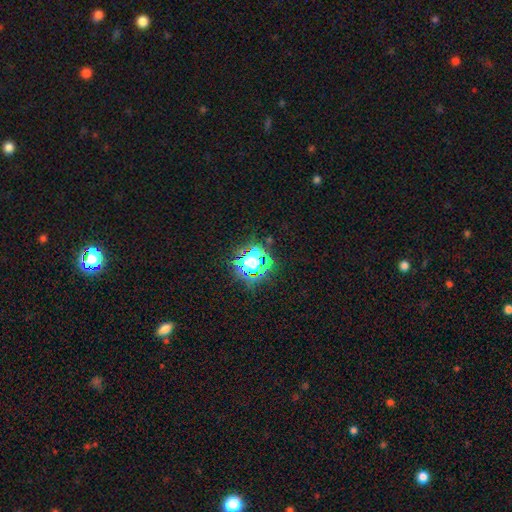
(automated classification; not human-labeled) smooth_or_featured: star or artifact (p=0.73) [alt: smooth p=0.19]